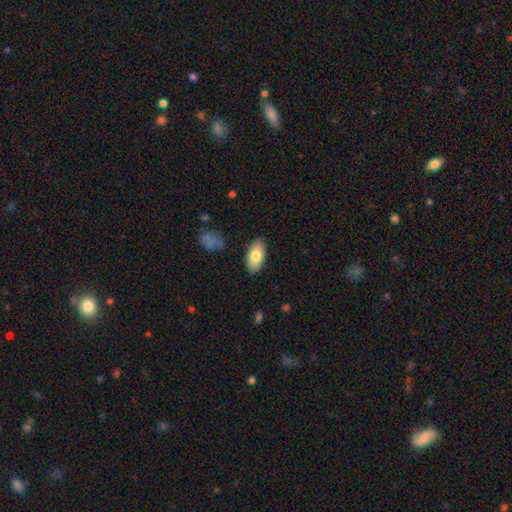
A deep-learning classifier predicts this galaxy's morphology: This is likely a smooth galaxy (79%). How rounded: clearly in between (93%). Merging: clearly none (85%).